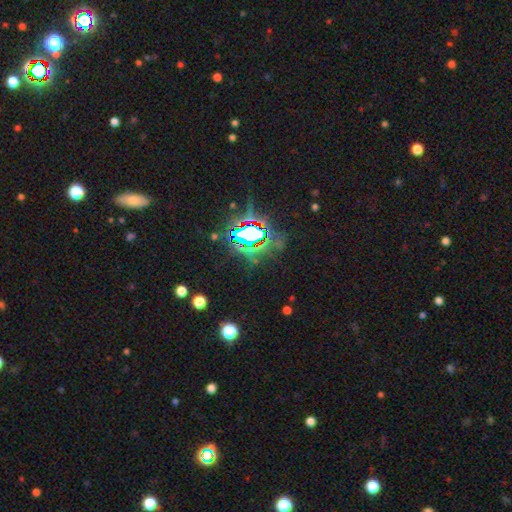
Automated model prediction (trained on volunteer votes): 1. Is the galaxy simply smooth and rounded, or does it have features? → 83% star or artifact, 9% smooth, 7% featured or disk.